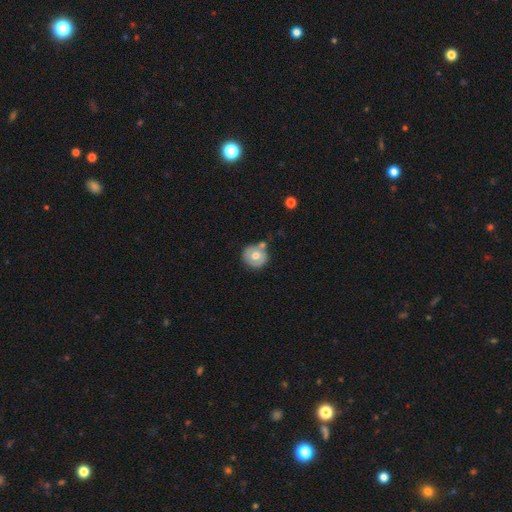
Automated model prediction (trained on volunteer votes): A smooth galaxy with no disk features (51%) that is round (85%).

Vote fractions:
- Smooth or featured? smooth: 51% / featured or disk: 43% / star or artifact: 7%
- How rounded? round: 85% / in between: 14% / cigar-shaped: 1%
- Merging? none: 62% / minor disturbance: 18% / merger: 16% / major disturbance: 5%